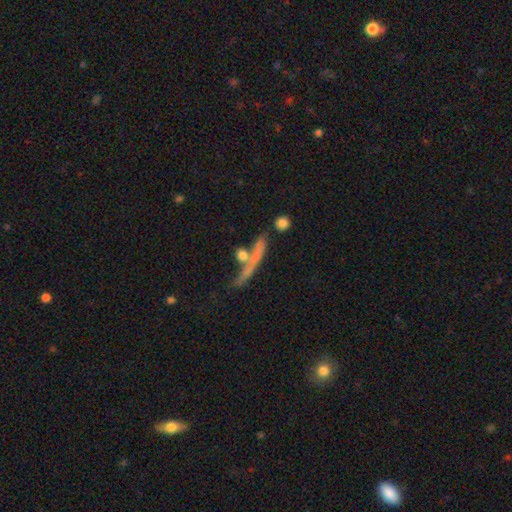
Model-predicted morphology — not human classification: Smooth or featured? Predicted: smooth (p=0.44, tied with featured or disk). Merging? Predicted: none (p=0.54).